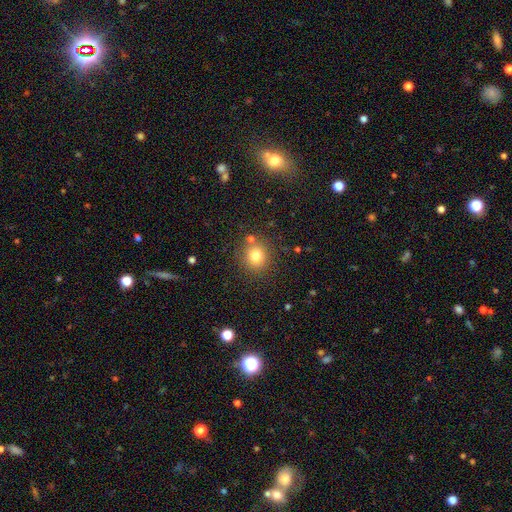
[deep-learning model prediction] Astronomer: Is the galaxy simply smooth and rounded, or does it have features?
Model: smooth — 78%.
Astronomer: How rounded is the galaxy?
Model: round — 86%.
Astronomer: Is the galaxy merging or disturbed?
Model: none — 81%.